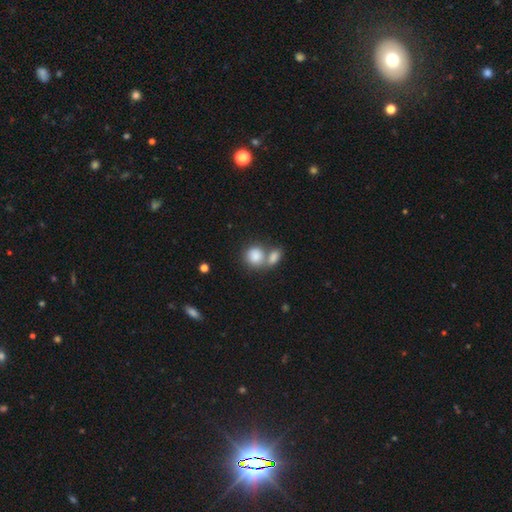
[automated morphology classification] Smooth or featured? Predicted: smooth (p=0.84). How rounded? Predicted: round (p=0.65). Merging? Predicted: merger (p=0.55).